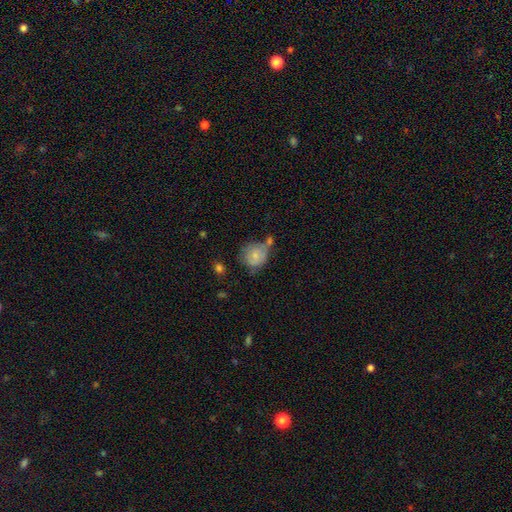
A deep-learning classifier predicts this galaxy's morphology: type=smooth (66%); roundness=round (76%); merging=none (43%).